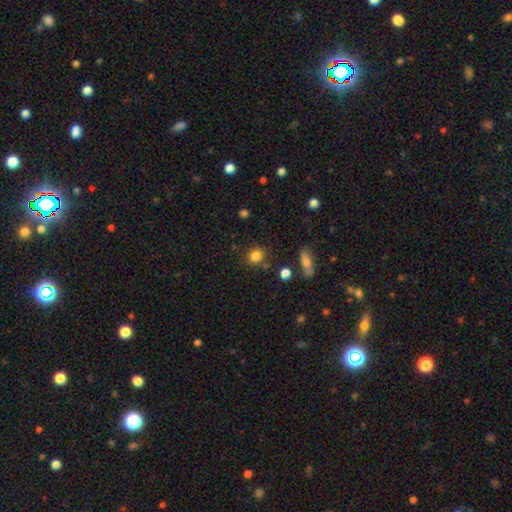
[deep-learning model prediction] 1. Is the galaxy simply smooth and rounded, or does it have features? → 83% smooth, 11% star or artifact, 6% featured or disk.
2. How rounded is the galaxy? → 74% round, 24% in between, 2% cigar-shaped.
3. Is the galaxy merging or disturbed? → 78% none, 12% minor disturbance, 6% merger, 4% major disturbance.